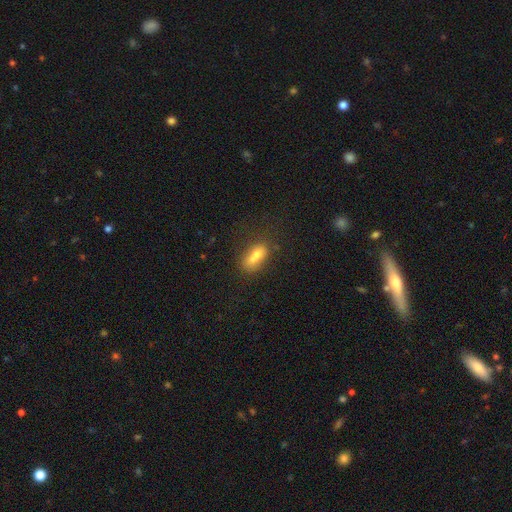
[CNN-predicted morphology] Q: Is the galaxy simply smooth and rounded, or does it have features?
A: smooth — 66%.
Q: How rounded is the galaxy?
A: in between — 77%.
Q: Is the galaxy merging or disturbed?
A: merger — 44%.